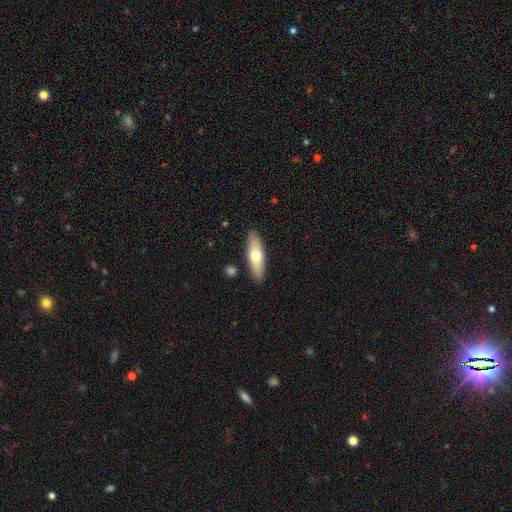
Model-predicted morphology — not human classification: Smooth or featured? Predicted: smooth (p=0.63). How rounded? Predicted: in between (p=0.50). Merging? Predicted: none (p=0.87).